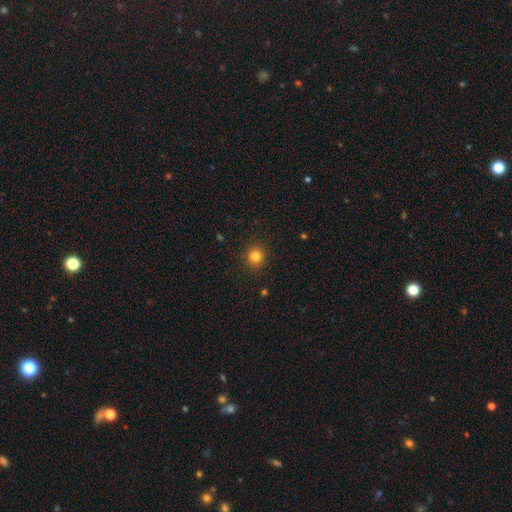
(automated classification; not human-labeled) Smooth or featured?
  - smooth: 83% *
  - star or artifact: 12%
  - featured or disk: 5%
How rounded?
  - round: 90% *
  - in between: 9%
  - cigar-shaped: 1%
Merging?
  - none: 90% *
  - minor disturbance: 6%
  - major disturbance: 2%
  - merger: 1%